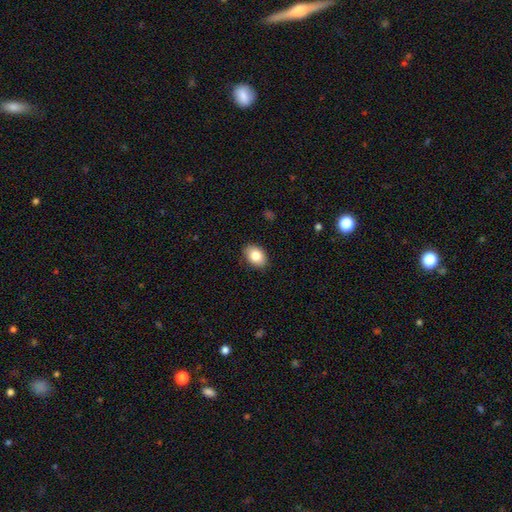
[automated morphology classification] This is clearly a smooth galaxy (83%). How rounded: clearly in between (80%). Merging: clearly none (87%).